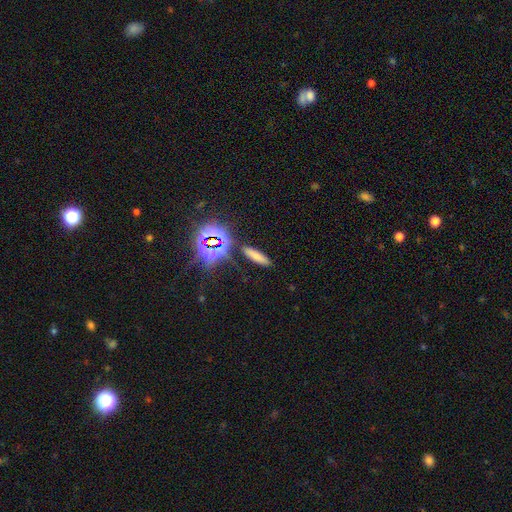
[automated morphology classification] smooth_or_featured: smooth (p=0.66) [alt: star or artifact p=0.24]
how_rounded: cigar-shaped (p=0.66) [alt: in between p=0.28]
merging: none (p=0.86) [alt: minor disturbance p=0.08]